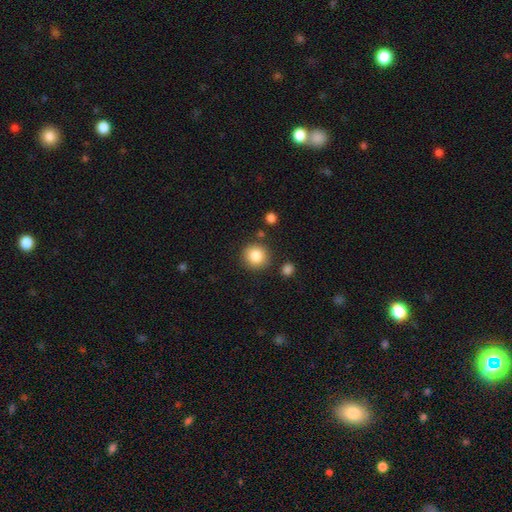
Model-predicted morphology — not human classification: smooth-or-featured: smooth: 85% | star or artifact: 9% | featured or disk: 6%
  how-rounded: round: 91% | in between: 8% | cigar-shaped: 1%
  merging: none: 84% | minor disturbance: 8% | merger: 4% | major disturbance: 3%